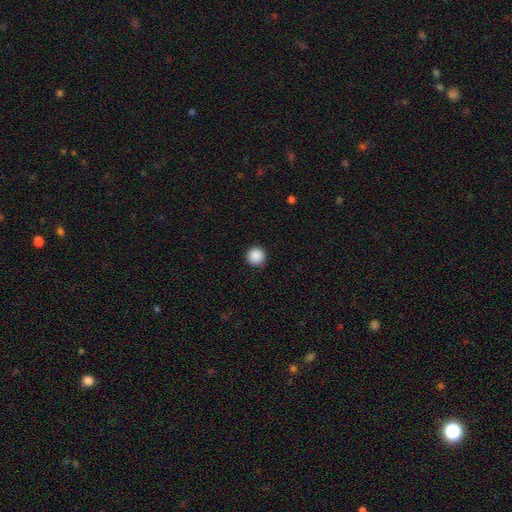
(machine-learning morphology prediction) A smooth galaxy with no disk features (89%) that is round (96%).

Vote fractions:
- Smooth or featured? smooth: 89% / star or artifact: 9% / featured or disk: 2%
- How rounded? round: 96% / in between: 3% / cigar-shaped: 1%
- Merging? none: 93% / minor disturbance: 4% / major disturbance: 2% / merger: 1%